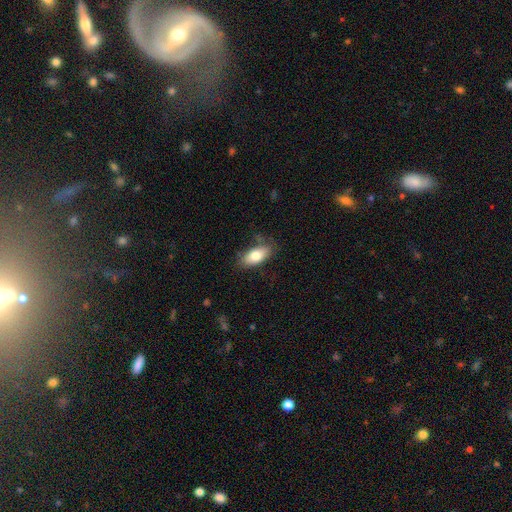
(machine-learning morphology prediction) Smooth or featured: smooth — 78% (featured or disk — 15%)
How rounded: in between — 88% (cigar-shaped — 9%)
Merging: none — 74% (minor disturbance — 19%)